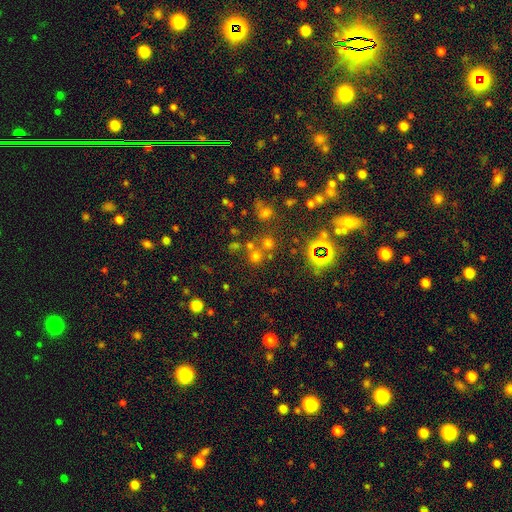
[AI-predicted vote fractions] Smooth or featured?
  - smooth: 56% *
  - star or artifact: 33%
  - featured or disk: 10%
How rounded?
  - round: 88% *
  - in between: 11%
  - cigar-shaped: 1%
Merging?
  - none: 63% *
  - merger: 23%
  - minor disturbance: 8%
  - major disturbance: 5%